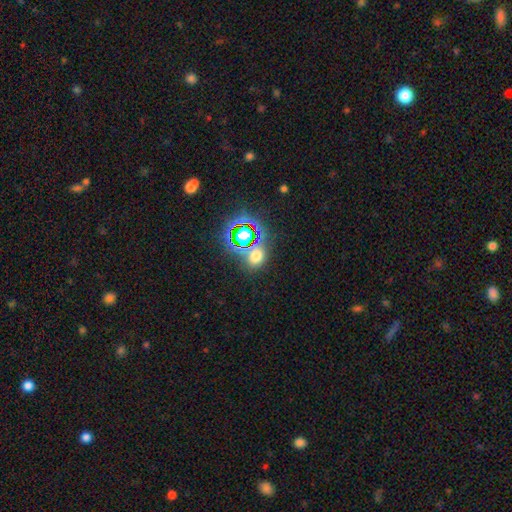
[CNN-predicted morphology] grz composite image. It shows a smooth galaxy with no disk features (51%) that is round (56%). Merging: none (69%).